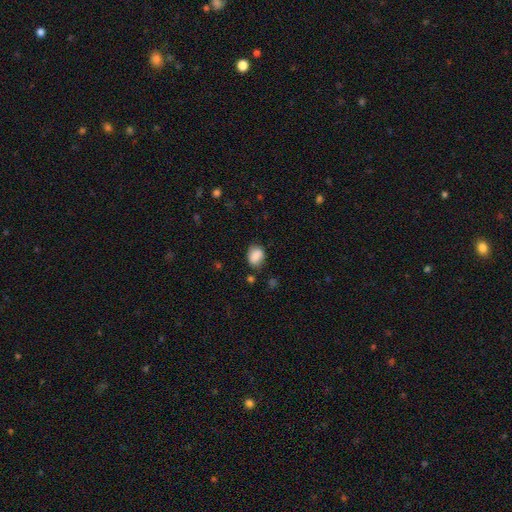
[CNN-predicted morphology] type=smooth (84%); roundness=in between (62%); merging=none (70%).